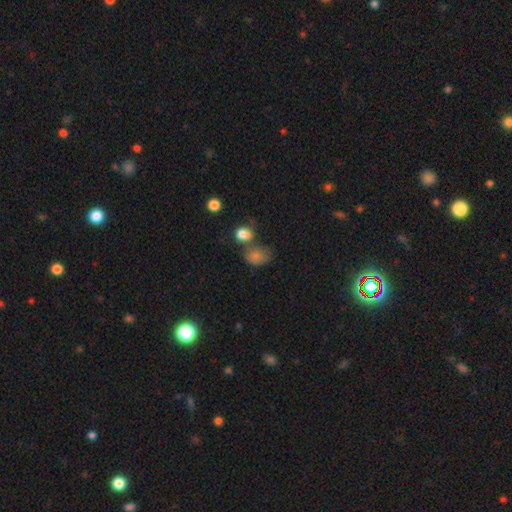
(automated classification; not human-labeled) smooth-or-featured: smooth: 64% | star or artifact: 24% | featured or disk: 12%
  how-rounded: in between: 52% | round: 46% | cigar-shaped: 2%
  merging: none: 51% | merger: 22% | minor disturbance: 19% | major disturbance: 9%